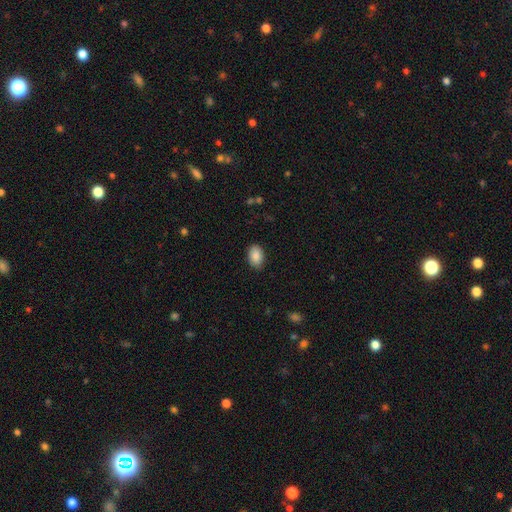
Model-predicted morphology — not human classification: This appears to be a smooth galaxy with no disk features (88%) that is in between round and cigar-shaped (87%). Merging: none (86%).